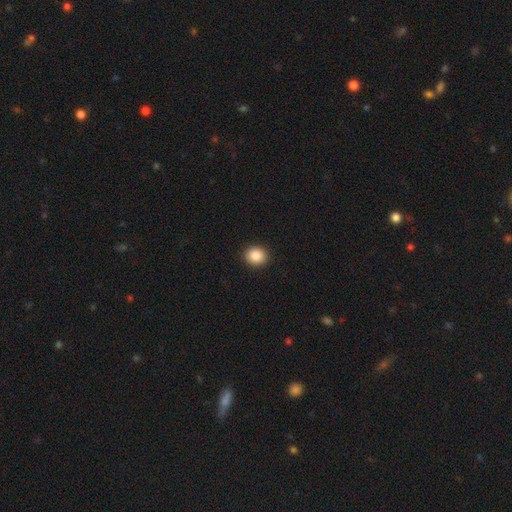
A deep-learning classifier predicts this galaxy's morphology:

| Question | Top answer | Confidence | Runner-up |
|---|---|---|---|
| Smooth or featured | smooth | 88% | star or artifact (9%) |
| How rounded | round | 77% | in between (22%) |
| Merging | none | 92% | minor disturbance (5%) |